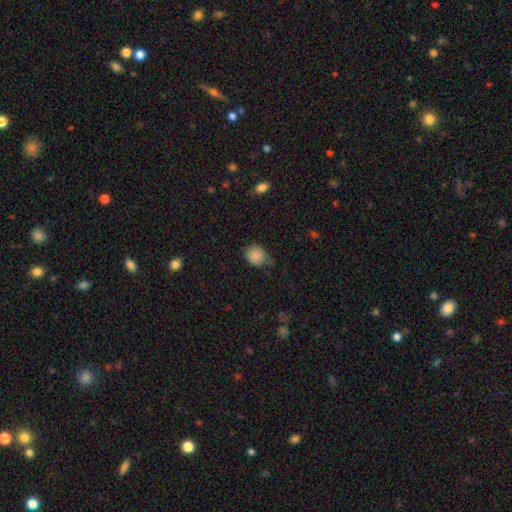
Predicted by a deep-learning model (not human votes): Smooth or featured? Predicted: smooth (p=0.86). How rounded? Predicted: round (p=0.66). Merging? Predicted: none (p=0.59).